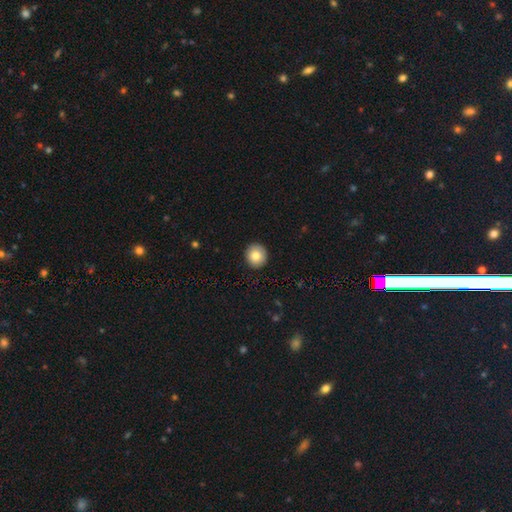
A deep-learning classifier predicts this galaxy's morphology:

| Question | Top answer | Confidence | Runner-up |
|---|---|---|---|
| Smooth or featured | smooth | 82% | featured or disk (10%) |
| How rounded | round | 89% | in between (10%) |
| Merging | none | 91% | minor disturbance (6%) |